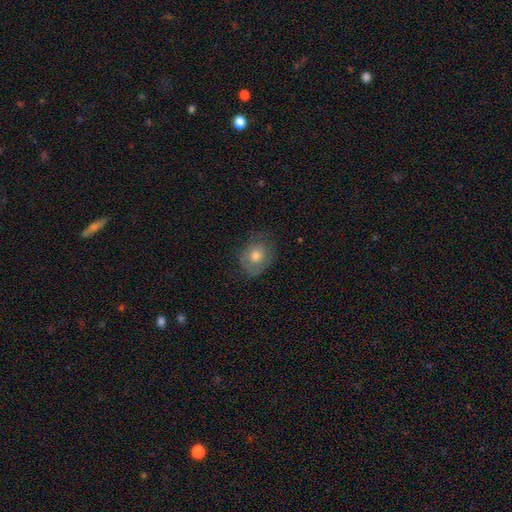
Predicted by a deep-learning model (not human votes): smooth_or_featured: smooth (p=0.52) [alt: featured or disk p=0.38]
how_rounded: round (p=0.60) [alt: in between p=0.39]
merging: none (p=0.69) [alt: minor disturbance p=0.21]